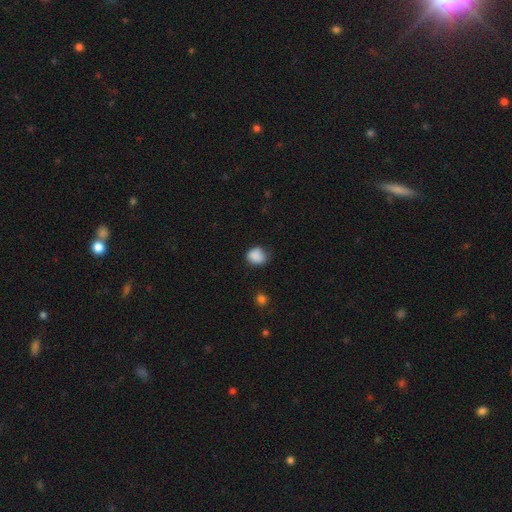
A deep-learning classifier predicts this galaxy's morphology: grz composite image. It shows a smooth galaxy with no disk features (86%) that is round (62%). Merging: none (64%).